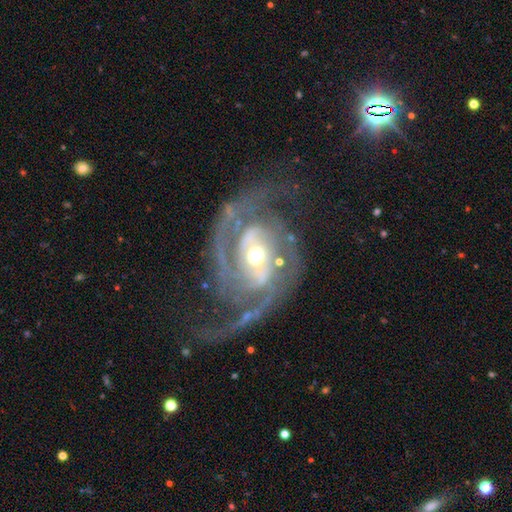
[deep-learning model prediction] Smooth or featured? Predicted: featured or disk (p=0.90). Edge-on disk? Predicted: no (p=0.97). Bar? Predicted: no (p=0.44). Spiral arms? Predicted: yes (p=0.95). Spiral winding? Predicted: medium (p=0.46). Spiral arm count? Predicted: 2 (p=0.62). Bulge size? Predicted: moderate (p=0.66). Merging? Predicted: none (p=0.57).